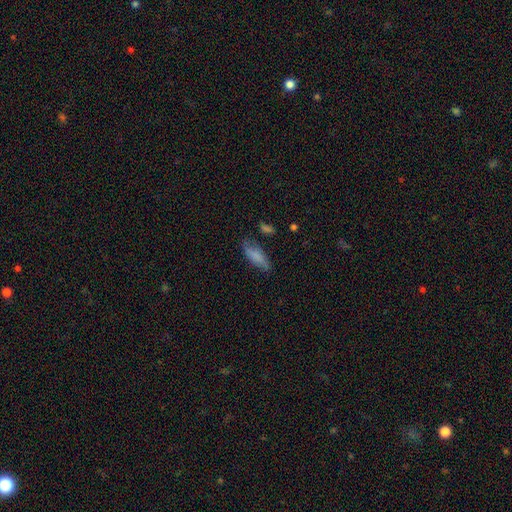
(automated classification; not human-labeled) This is likely a smooth galaxy (76%). How rounded: likely in between (67%). Merging: likely none (65%).